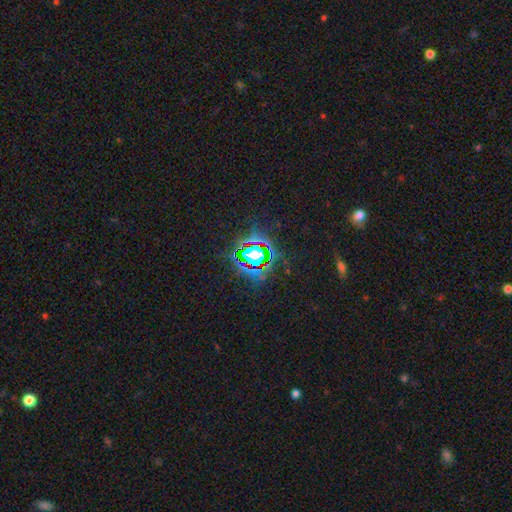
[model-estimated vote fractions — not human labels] smooth-or-featured: star or artifact: 69% | smooth: 18% | featured or disk: 13%